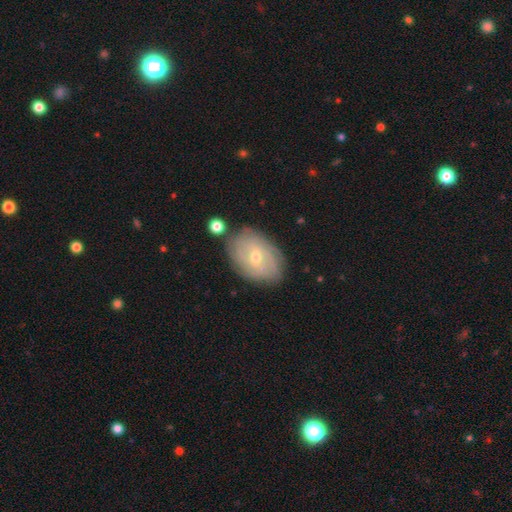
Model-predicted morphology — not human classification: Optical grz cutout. It shows a featured or disk galaxy (65%) with no bar (56%), spiral arms (79%) and a small central bulge (52%). Merging: none (79%).